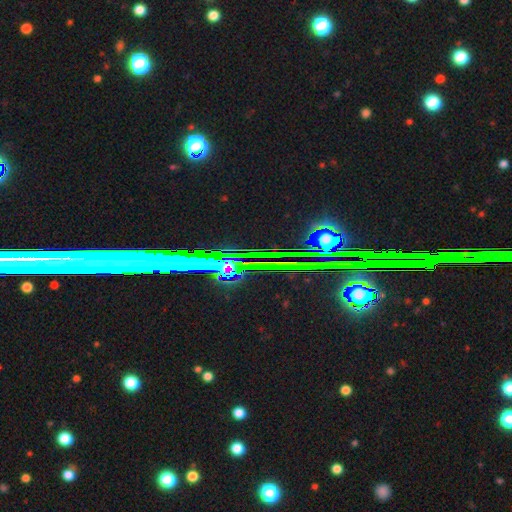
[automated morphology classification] A star or artifact, not a galaxy (63%).

Vote fractions:
- Smooth or featured? star or artifact: 63% / featured or disk: 24% / smooth: 13%